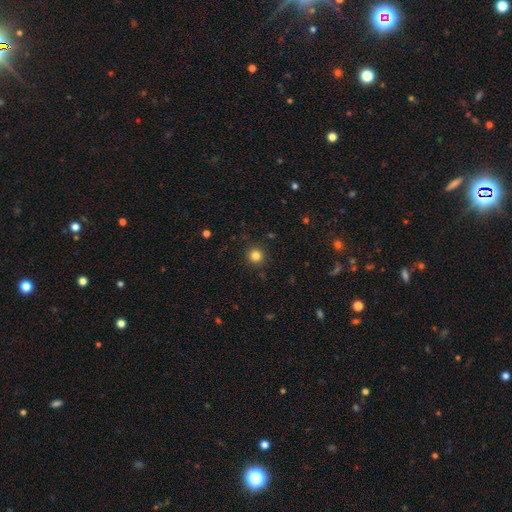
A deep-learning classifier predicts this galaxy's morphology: Q: Smooth or featured?
A: smooth (82%); runner-up: star or artifact (13%)
Q: How rounded?
A: round (95%); runner-up: in between (4%)
Q: Merging?
A: none (91%); runner-up: minor disturbance (5%)